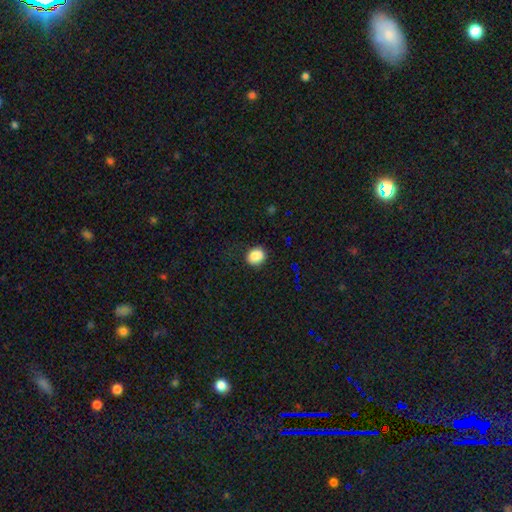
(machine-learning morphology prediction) Smooth or featured? smooth (82%)
How rounded? round (68%)
Merging? none (78%)